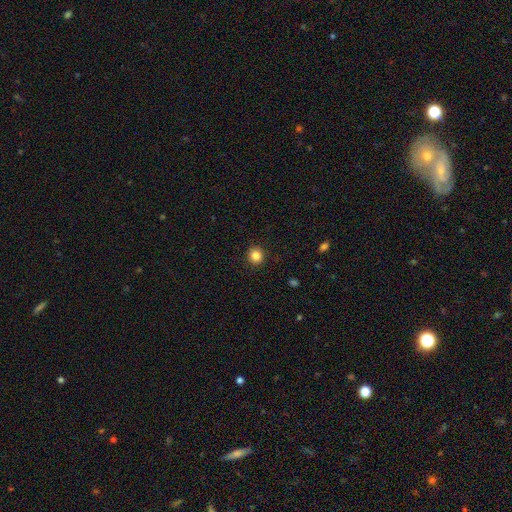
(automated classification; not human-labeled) Q: Smooth or featured?
A: smooth (84%); runner-up: star or artifact (11%)
Q: How rounded?
A: round (91%); runner-up: in between (8%)
Q: Merging?
A: none (92%); runner-up: minor disturbance (5%)